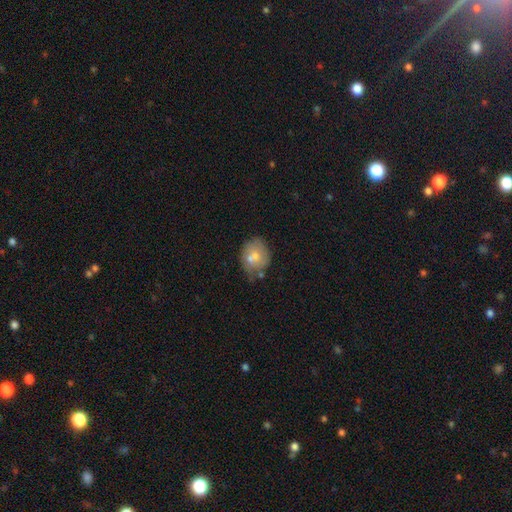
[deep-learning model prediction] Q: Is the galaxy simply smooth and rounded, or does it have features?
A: smooth — 59%.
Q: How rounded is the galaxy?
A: round — 53%.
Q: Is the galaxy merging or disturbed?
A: none — 53%.